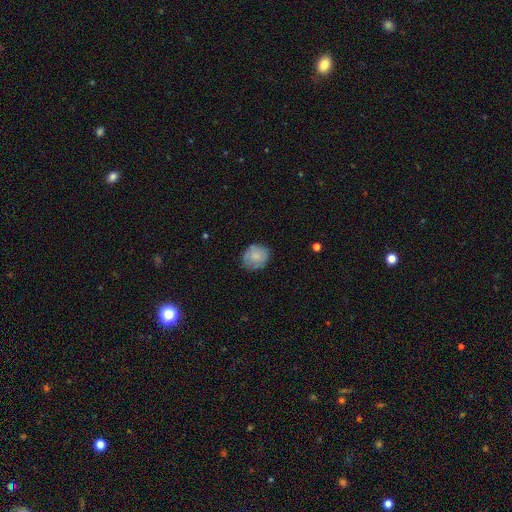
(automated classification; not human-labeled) This is likely a smooth galaxy (74%). How rounded: likely round (69%). Merging: likely none (76%).